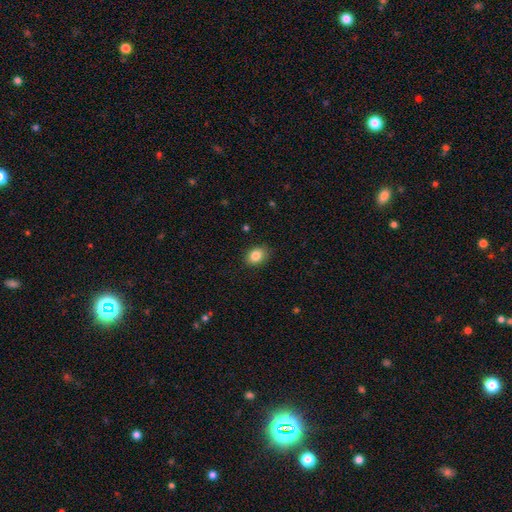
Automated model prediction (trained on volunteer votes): smooth-or-featured: smooth: 85% | star or artifact: 9% | featured or disk: 6%
  how-rounded: in between: 64% | round: 35% | cigar-shaped: 1%
  merging: none: 87% | minor disturbance: 10% | major disturbance: 2% | merger: 1%